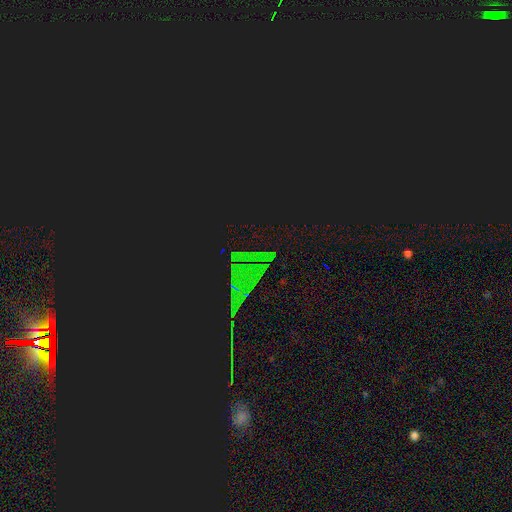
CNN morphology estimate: A star or artifact, not a galaxy (86%).

Vote fractions:
- Smooth or featured? star or artifact: 86% / smooth: 7% / featured or disk: 7%